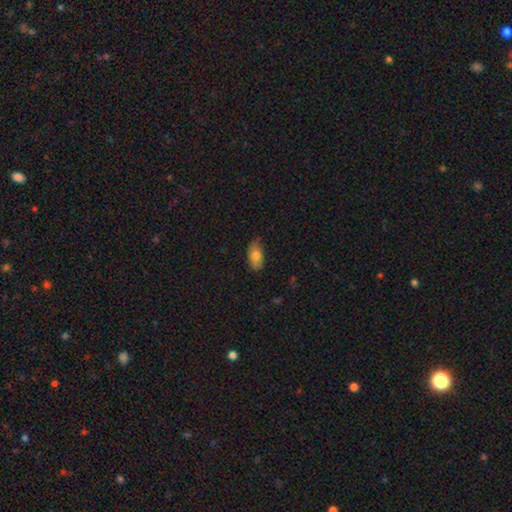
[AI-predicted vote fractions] This appears to be a smooth galaxy with no disk features (76%) that is in between round and cigar-shaped (92%). Merging: none (71%).